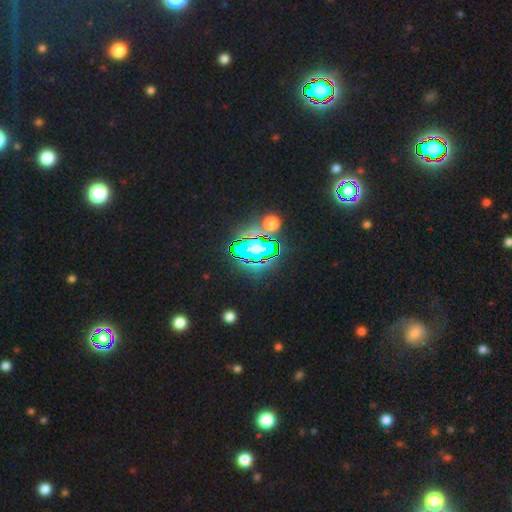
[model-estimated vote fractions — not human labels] smooth-or-featured: star or artifact: 79% | smooth: 12% | featured or disk: 9%